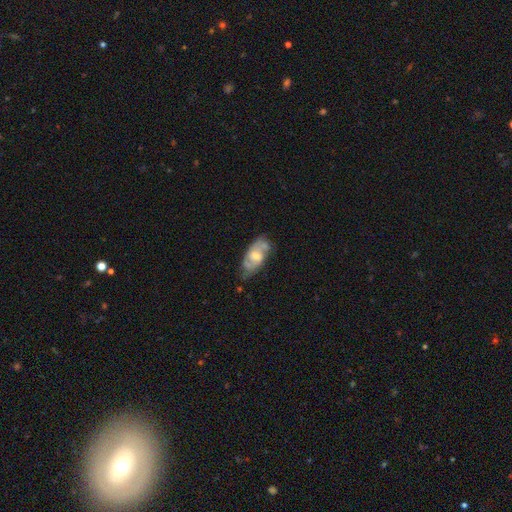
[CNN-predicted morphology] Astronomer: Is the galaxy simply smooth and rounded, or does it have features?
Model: featured or disk — 69%.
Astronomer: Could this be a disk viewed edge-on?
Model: no — 93%.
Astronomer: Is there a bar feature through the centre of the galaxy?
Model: no — 48% (runner-up: weak, 43%).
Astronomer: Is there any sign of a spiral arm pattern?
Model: yes — 86%.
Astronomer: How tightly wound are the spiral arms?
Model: medium — 48% (runner-up: tight, 32%).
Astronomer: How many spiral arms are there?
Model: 2 — 71%.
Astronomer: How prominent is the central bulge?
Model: moderate — 55% (runner-up: small, 36%).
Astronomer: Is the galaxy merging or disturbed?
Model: none — 60%.